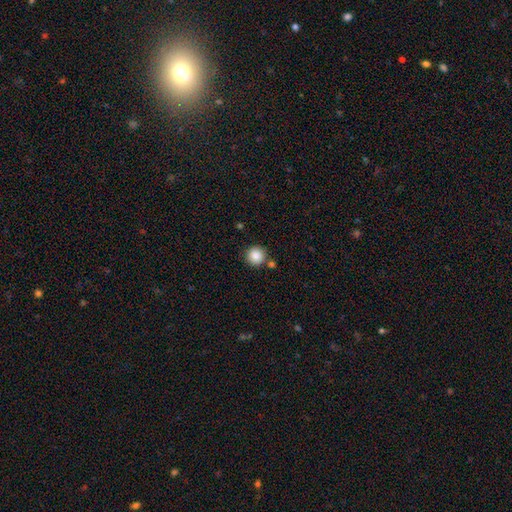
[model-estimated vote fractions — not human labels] Smooth or featured? Predicted: smooth (p=0.88). How rounded? Predicted: round (p=0.94). Merging? Predicted: none (p=0.82).